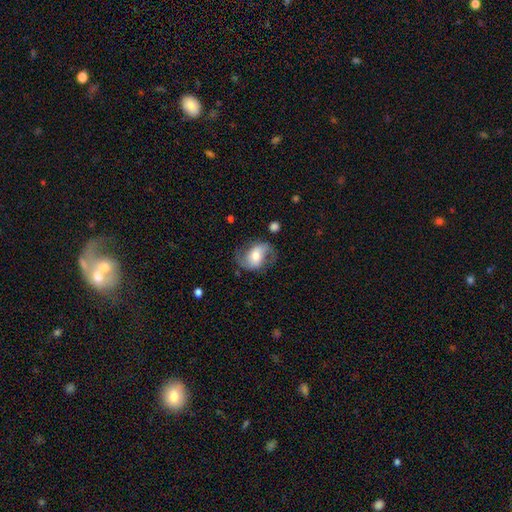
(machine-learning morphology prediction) Smooth or featured: featured or disk — 68% (smooth — 25%)
Edge-on disk: no — 96% (yes — 4%)
Bar: no — 39% (weak — 37%)
Spiral arms: yes — 88% (no — 12%)
Spiral winding: loose — 44% (medium — 42%)
Spiral arm count: 2 — 88% (can't tell — 5%)
Bulge size: moderate — 59% (small — 23%)
Merging: none — 68% (minor disturbance — 18%)